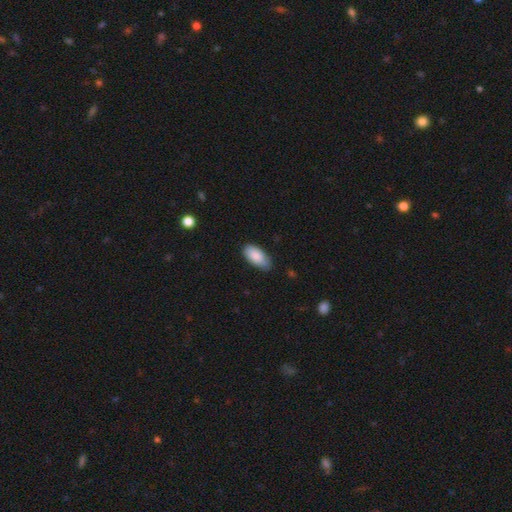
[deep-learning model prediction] A smooth galaxy with no disk features (87%) that is in between round and cigar-shaped (93%).

Vote fractions:
- Smooth or featured? smooth: 87% / featured or disk: 7% / star or artifact: 6%
- How rounded? in between: 93% / cigar-shaped: 5% / round: 2%
- Merging? none: 69% / minor disturbance: 26% / major disturbance: 3% / merger: 1%